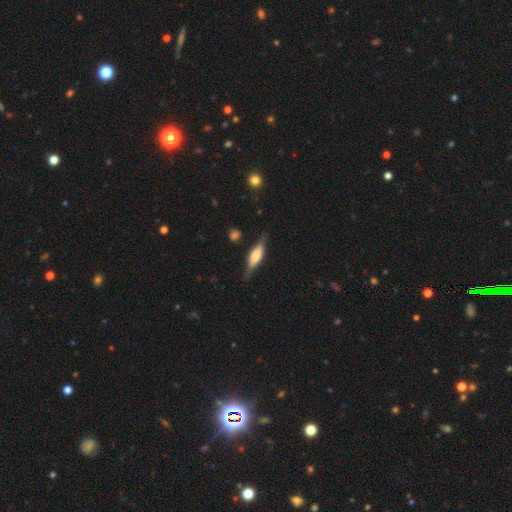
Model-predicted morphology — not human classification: featured or disk 62%, smooth 31%, star or artifact 7%. Down the decision tree: edge-on disk — yes (95%); edge-on bulge — rounded (64%); merging — none (81%).